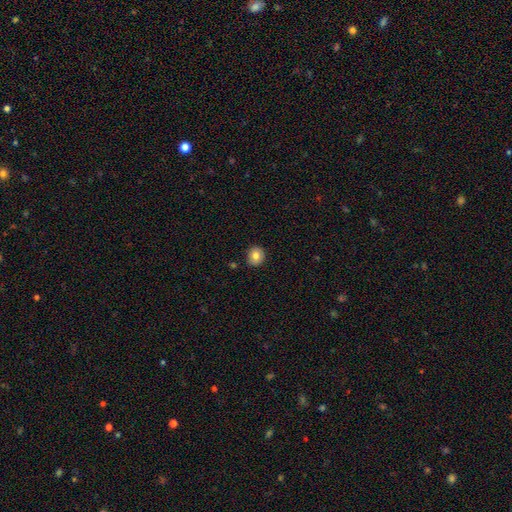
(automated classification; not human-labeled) Overall: smooth (80%). How rounded: round (85%). Merging: none (89%).